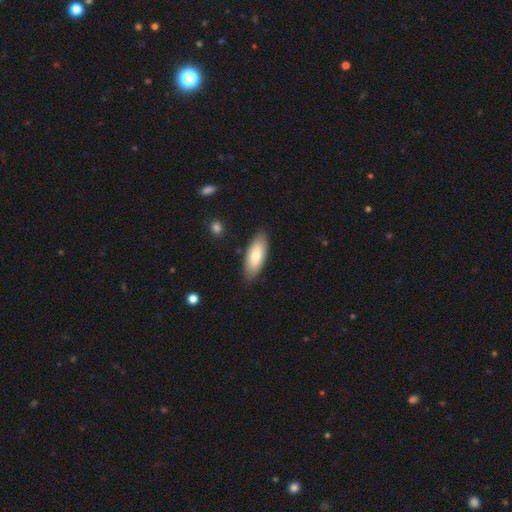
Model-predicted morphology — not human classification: Smooth or featured?
  - smooth: 72% *
  - featured or disk: 23%
  - star or artifact: 6%
How rounded?
  - in between: 76% *
  - cigar-shaped: 22%
  - round: 2%
Merging?
  - none: 86% *
  - minor disturbance: 10%
  - major disturbance: 2%
  - merger: 2%